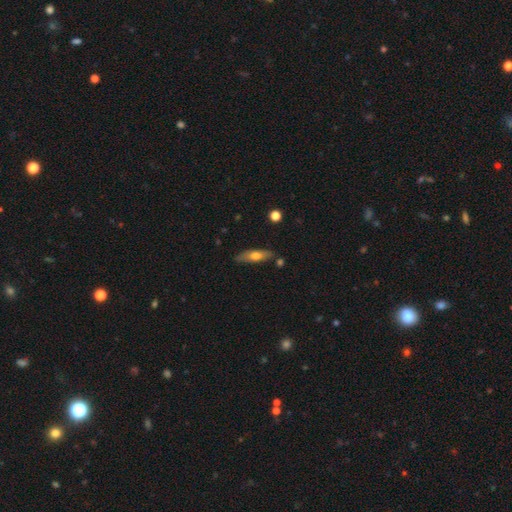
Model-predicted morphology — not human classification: Q: Smooth or featured?
A: smooth (56%); runner-up: featured or disk (38%)
Q: How rounded?
A: cigar-shaped (61%); runner-up: in between (37%)
Q: Merging?
A: none (80%); runner-up: minor disturbance (13%)